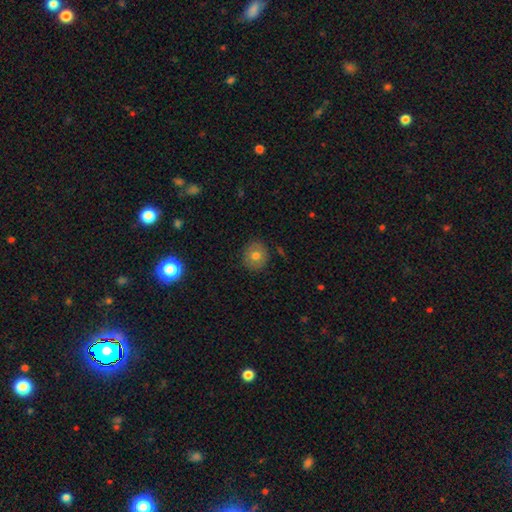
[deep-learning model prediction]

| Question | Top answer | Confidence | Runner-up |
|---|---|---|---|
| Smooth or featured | smooth | 75% | featured or disk (15%) |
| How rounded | round | 86% | in between (13%) |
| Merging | none | 87% | minor disturbance (9%) |